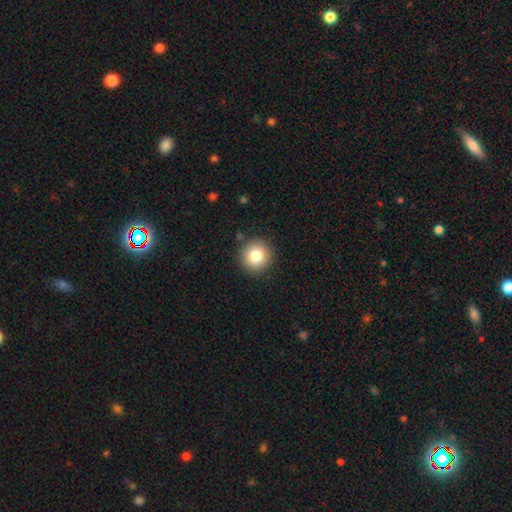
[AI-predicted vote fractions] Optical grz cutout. It shows a smooth galaxy with no disk features (83%) that is round (95%). Merging: none (90%).